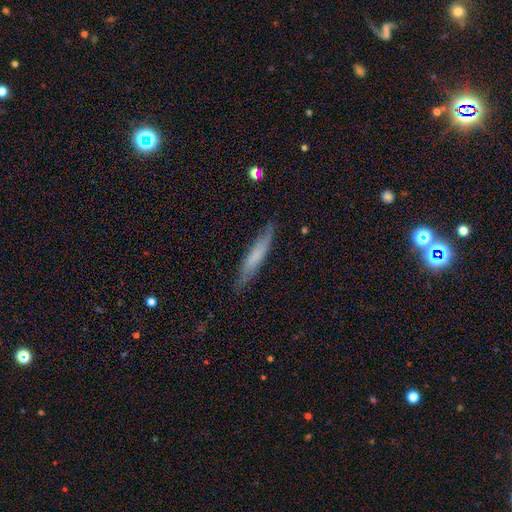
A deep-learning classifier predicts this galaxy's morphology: type=smooth (64%); roundness=cigar-shaped (91%); merging=none (80%).